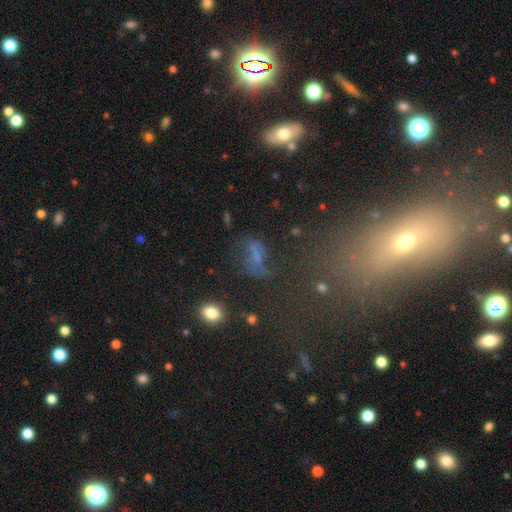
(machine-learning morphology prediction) type=smooth (37%, tied with featured or disk); merging=none (45%).